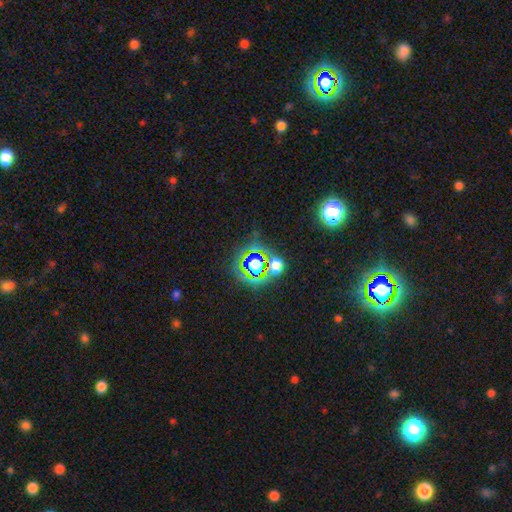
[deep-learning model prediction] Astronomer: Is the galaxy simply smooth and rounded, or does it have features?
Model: star or artifact — 78%.